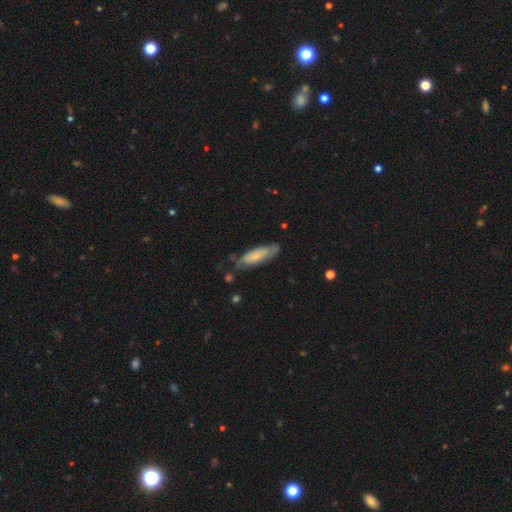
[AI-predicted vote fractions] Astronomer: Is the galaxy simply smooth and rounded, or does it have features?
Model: smooth — 59% (runner-up: featured or disk, 35%).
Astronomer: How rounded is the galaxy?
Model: in between — 49%, tied with cigar-shaped at 49%.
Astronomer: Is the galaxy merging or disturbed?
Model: none — 61%.